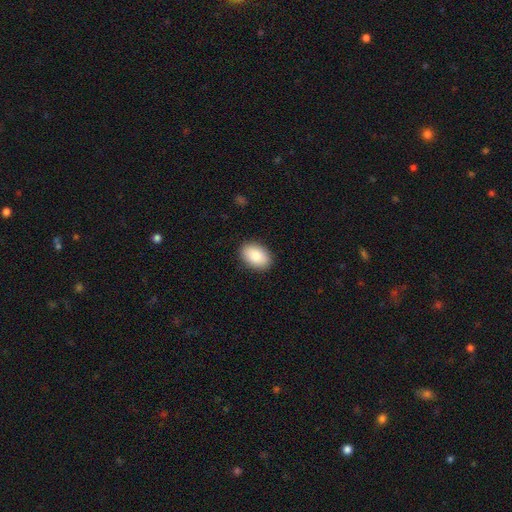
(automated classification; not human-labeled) A smooth galaxy with no disk features (87%) that is in between round and cigar-shaped (85%). Merging: none (89%).